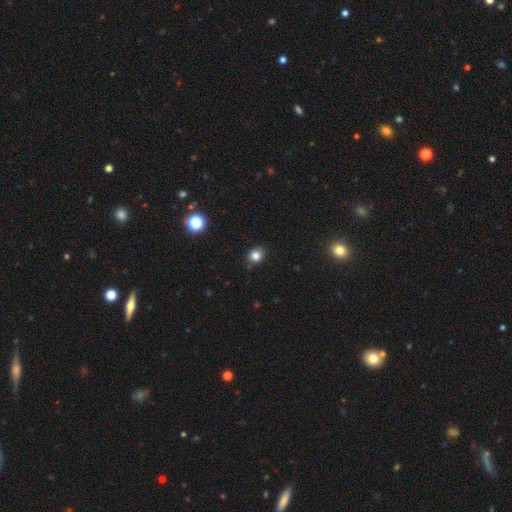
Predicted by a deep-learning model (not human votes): A smooth galaxy with no disk features (82%) that is round (66%).

Vote fractions:
- Smooth or featured? smooth: 82% / star or artifact: 13% / featured or disk: 5%
- How rounded? round: 66% / in between: 33% / cigar-shaped: 1%
- Merging? none: 86% / minor disturbance: 10% / major disturbance: 2% / merger: 2%